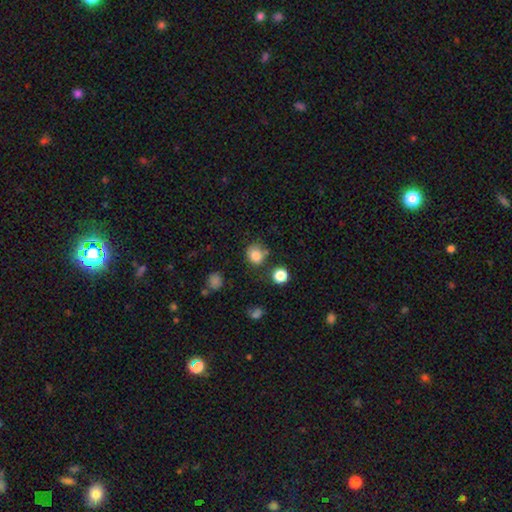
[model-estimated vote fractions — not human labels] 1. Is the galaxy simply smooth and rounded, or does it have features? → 82% smooth, 13% star or artifact, 6% featured or disk.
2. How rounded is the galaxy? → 77% round, 23% in between, 1% cigar-shaped.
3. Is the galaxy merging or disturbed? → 70% none, 16% minor disturbance, 9% merger, 5% major disturbance.